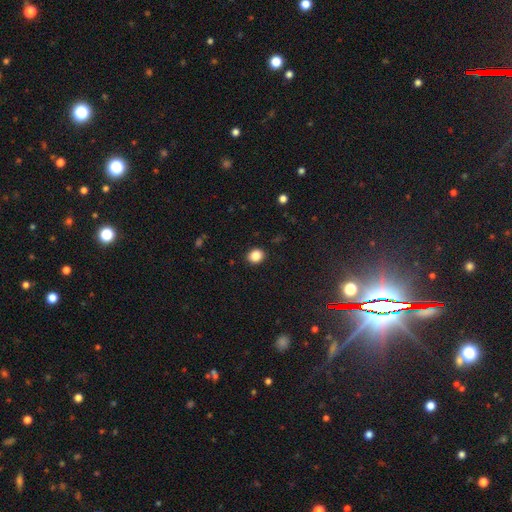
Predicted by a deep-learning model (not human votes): This appears to be a smooth galaxy with no disk features (86%) that is round (70%). Merging: none (90%).